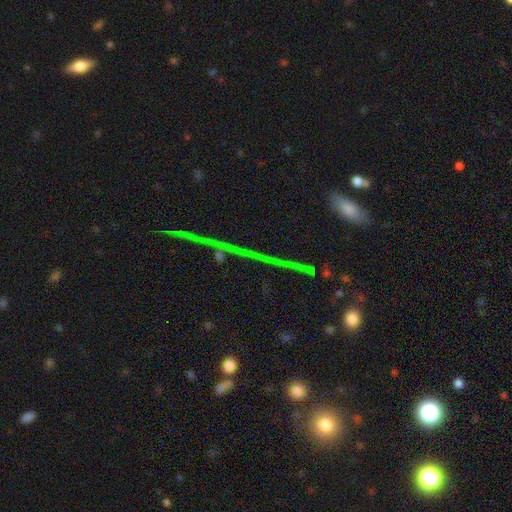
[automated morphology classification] Smooth or featured? Predicted: star or artifact (p=0.57).